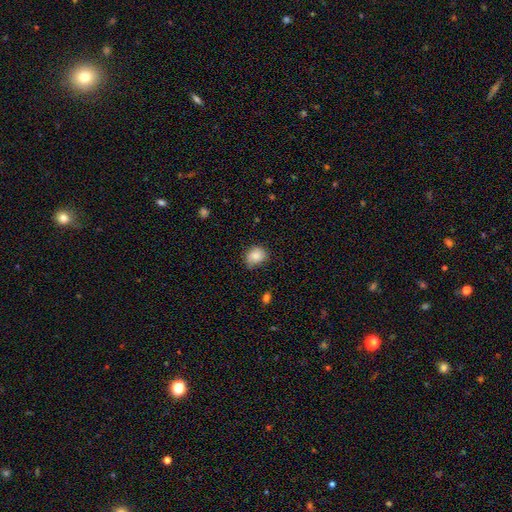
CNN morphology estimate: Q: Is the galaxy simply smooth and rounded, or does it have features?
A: smooth — 85%.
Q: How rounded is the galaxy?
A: round — 64%.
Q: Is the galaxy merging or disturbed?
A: none — 67%.